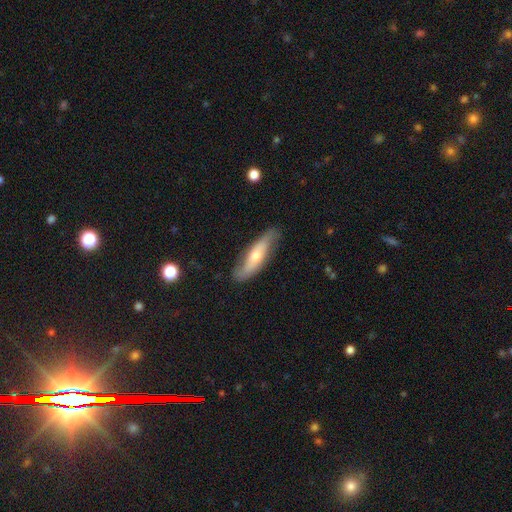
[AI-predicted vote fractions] Smooth or featured: featured or disk — 57% (smooth — 38%)
Edge-on disk: no — 58% (yes — 42%)
Merging: none — 77% (minor disturbance — 17%)